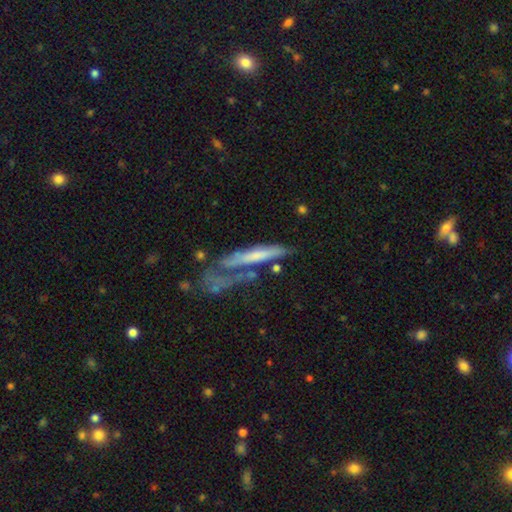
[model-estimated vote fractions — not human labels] smooth_or_featured: featured or disk (p=0.47) [alt: smooth p=0.46]
merging: none (p=0.35) [alt: major disturbance p=0.30]